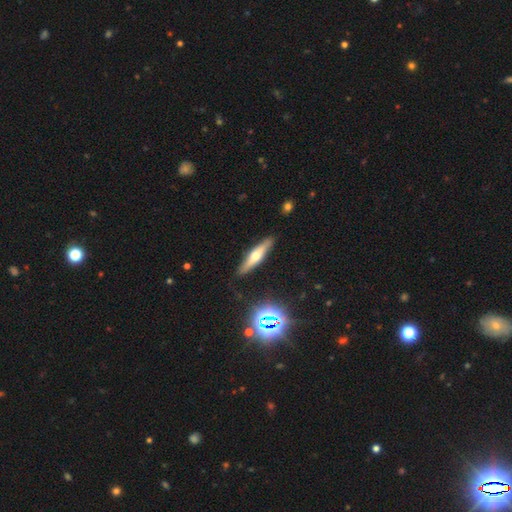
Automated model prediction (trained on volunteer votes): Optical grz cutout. It shows a featured or disk galaxy (51%) viewed edge-on (91%). Merging: none (89%).